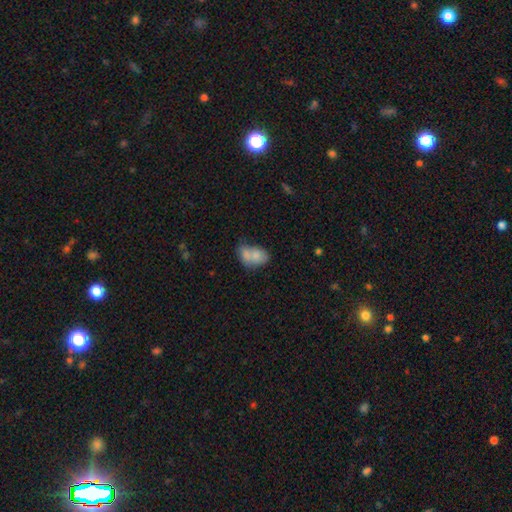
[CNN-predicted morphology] A smooth galaxy with no disk features (75%) that is in between round and cigar-shaped (75%).

Vote fractions:
- Smooth or featured? smooth: 75% / featured or disk: 17% / star or artifact: 8%
- How rounded? in between: 75% / round: 23% / cigar-shaped: 2%
- Merging? merger: 57% / none: 24% / minor disturbance: 12% / major disturbance: 6%